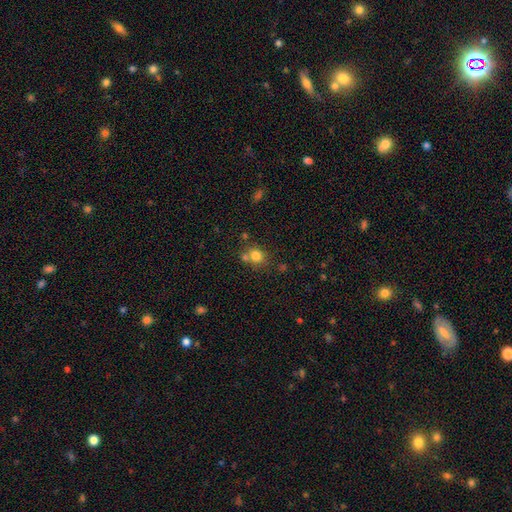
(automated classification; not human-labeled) Smooth or featured? Predicted: smooth (p=0.78). How rounded? Predicted: round (p=0.75). Merging? Predicted: none (p=0.56).